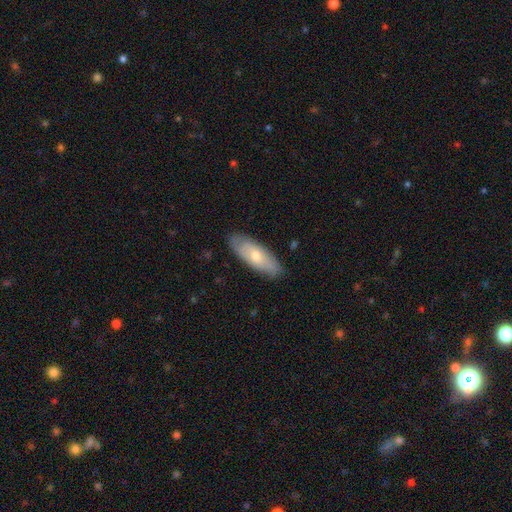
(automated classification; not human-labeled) Morphology: type=smooth (59%); roundness=in between (67%); merging=none (85%).